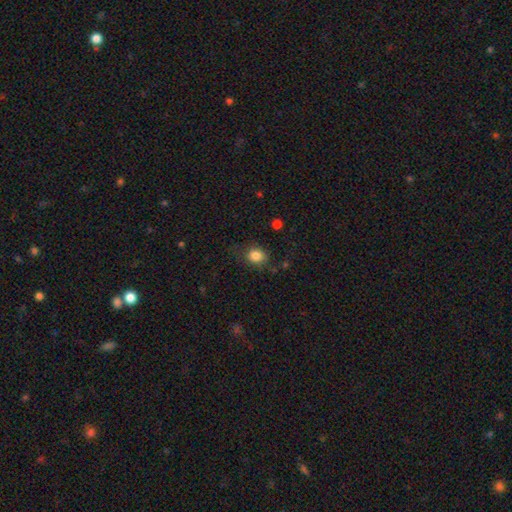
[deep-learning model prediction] This is clearly a smooth galaxy (83%). How rounded: likely round (65%). Merging: likely none (73%).